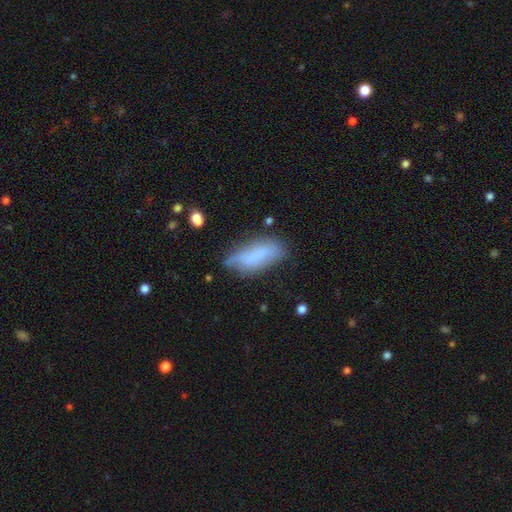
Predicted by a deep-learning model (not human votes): Smooth or featured?
  - smooth: 67% *
  - featured or disk: 25%
  - star or artifact: 9%
How rounded?
  - in between: 71% *
  - cigar-shaped: 27%
  - round: 2%
Merging?
  - none: 48% *
  - minor disturbance: 36%
  - major disturbance: 12%
  - merger: 4%